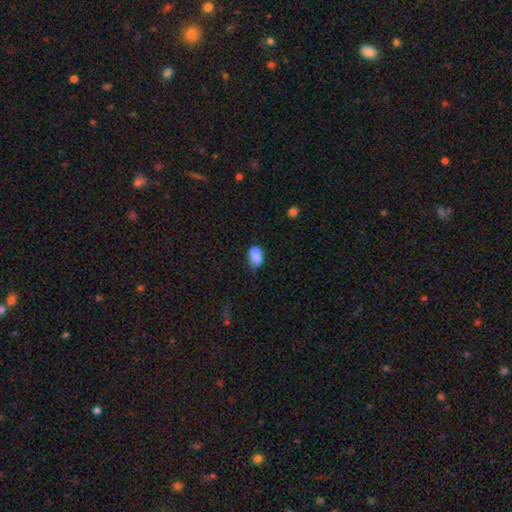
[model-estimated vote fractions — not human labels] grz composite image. It shows a smooth galaxy with no disk features (81%) that is in between round and cigar-shaped (86%). Merging: none (51%).